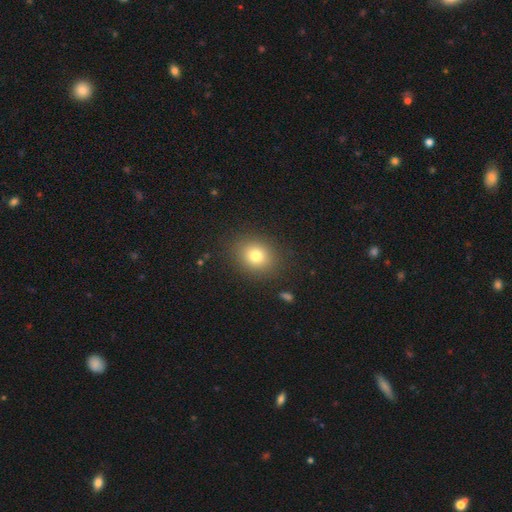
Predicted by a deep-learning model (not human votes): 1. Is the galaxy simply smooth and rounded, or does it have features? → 77% smooth, 13% star or artifact, 10% featured or disk.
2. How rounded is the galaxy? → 65% round, 35% in between, 1% cigar-shaped.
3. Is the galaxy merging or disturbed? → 87% none, 8% minor disturbance, 3% major disturbance, 1% merger.